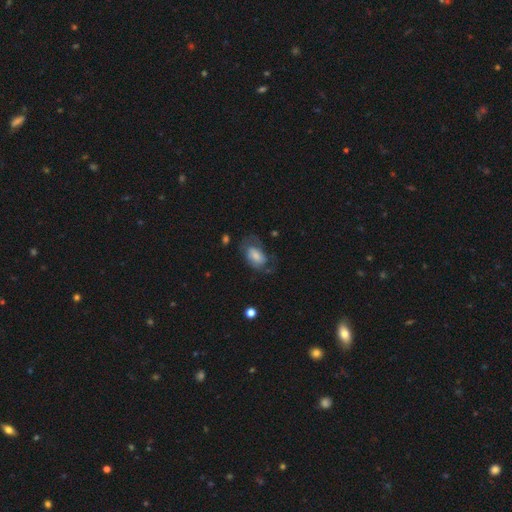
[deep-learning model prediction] This is possibly a smooth galaxy (55%). How rounded: clearly in between (88%). Merging: possibly none (47%).